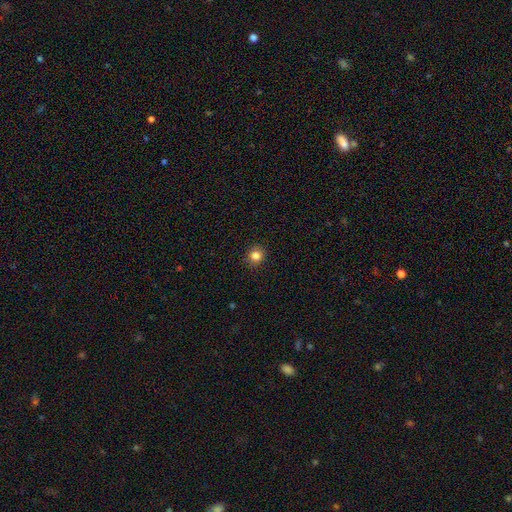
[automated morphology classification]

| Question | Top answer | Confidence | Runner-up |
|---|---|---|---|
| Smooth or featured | smooth | 83% | star or artifact (12%) |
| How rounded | round | 85% | in between (14%) |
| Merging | none | 91% | minor disturbance (7%) |